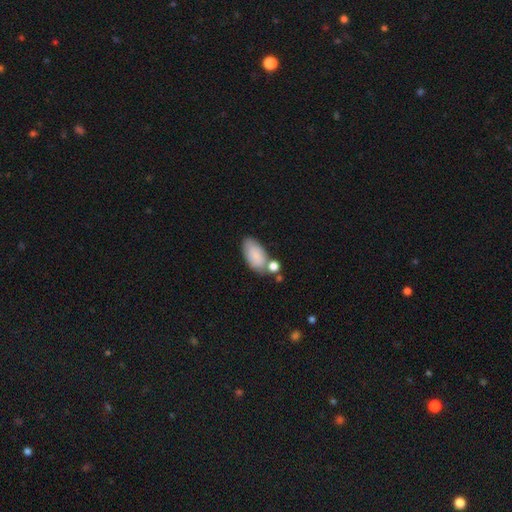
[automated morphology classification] smooth_or_featured: smooth (p=0.82) [alt: featured or disk p=0.11]
how_rounded: in between (p=0.94) [alt: cigar-shaped p=0.03]
merging: none (p=0.54) [alt: merger p=0.23]